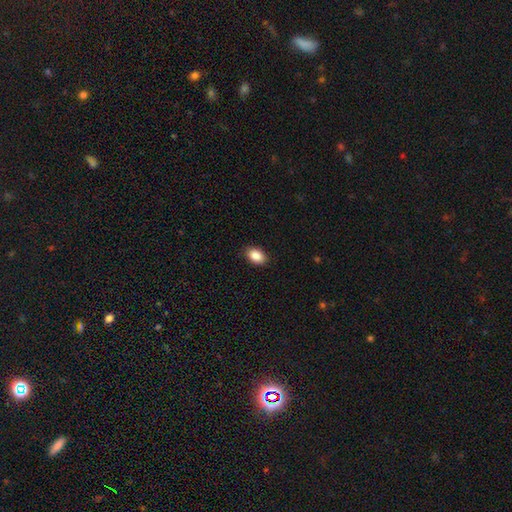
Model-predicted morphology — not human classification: This appears to be a smooth galaxy with no disk features (89%) that is in between round and cigar-shaped (88%). Merging: none (88%).